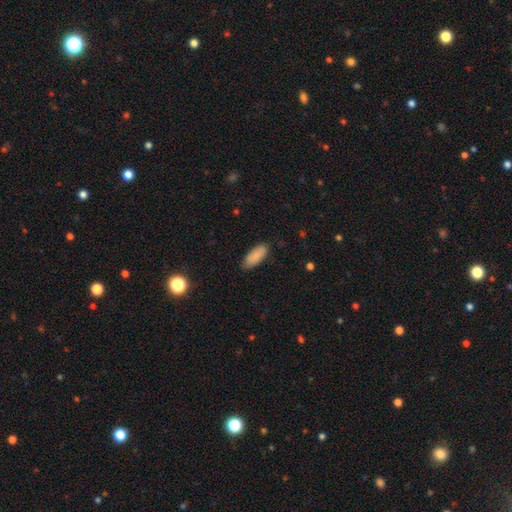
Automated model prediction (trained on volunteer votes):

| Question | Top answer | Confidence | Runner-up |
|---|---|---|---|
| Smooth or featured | smooth | 86% | featured or disk (7%) |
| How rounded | in between | 82% | cigar-shaped (16%) |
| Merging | none | 82% | minor disturbance (15%) |